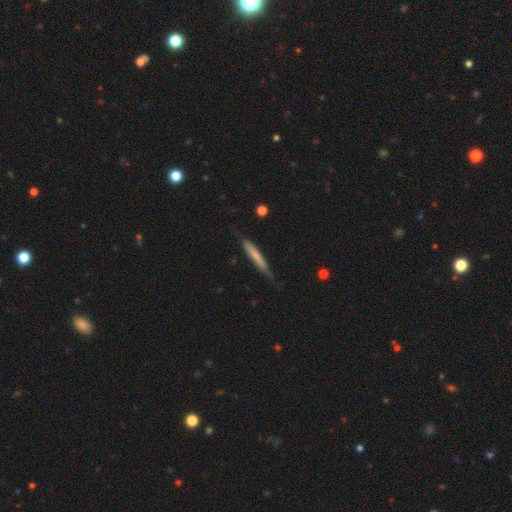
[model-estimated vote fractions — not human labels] Morphology: type=smooth (62%); roundness=cigar-shaped (94%); merging=none (71%).